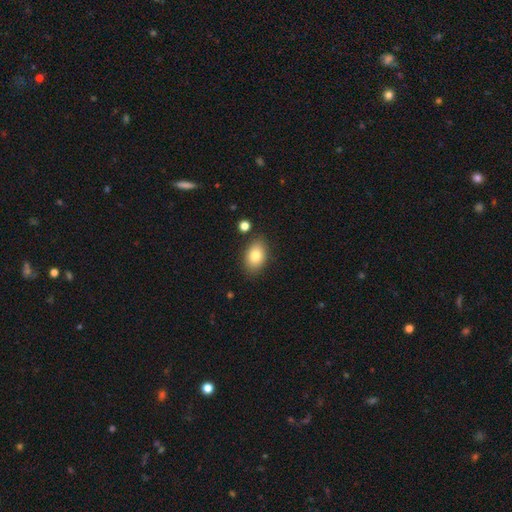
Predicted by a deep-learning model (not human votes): A smooth galaxy with no disk features (81%) that is in between round and cigar-shaped (86%).

Vote fractions:
- Smooth or featured? smooth: 81% / featured or disk: 11% / star or artifact: 8%
- How rounded? in between: 86% / round: 13% / cigar-shaped: 1%
- Merging? none: 84% / minor disturbance: 10% / merger: 3% / major disturbance: 3%